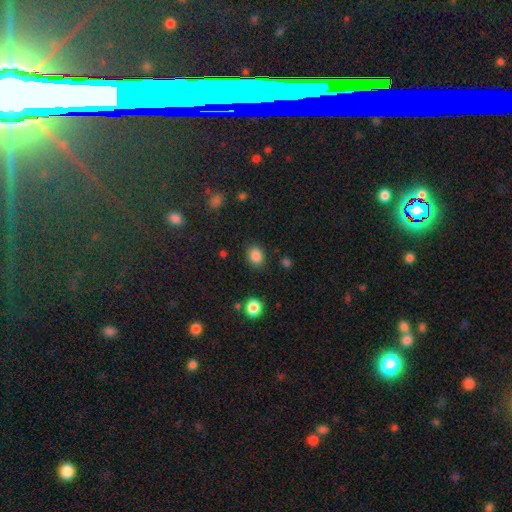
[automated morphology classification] Smooth or featured: smooth — 85% (star or artifact — 11%)
How rounded: round — 50% (in between — 49%)
Merging: none — 86% (minor disturbance — 9%)